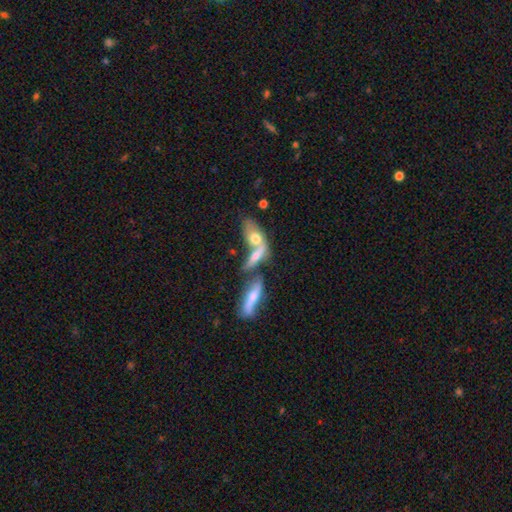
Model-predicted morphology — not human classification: Smooth or featured? smooth (57%)
How rounded? in between (62%)
Merging? merger (65%)